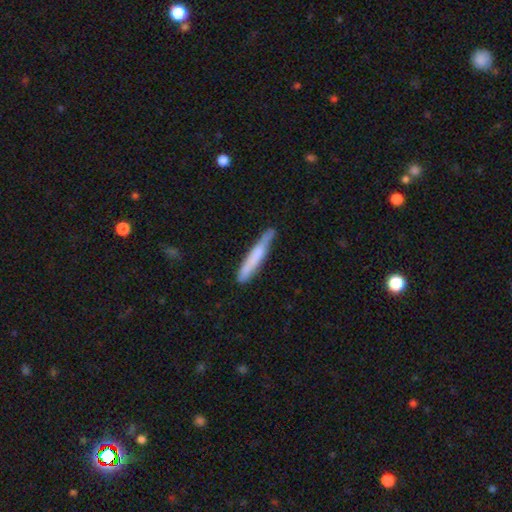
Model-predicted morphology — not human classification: smooth-or-featured: smooth: 63% | featured or disk: 31% | star or artifact: 6%
  how-rounded: cigar-shaped: 95% | in between: 4% | round: 1%
  merging: none: 79% | minor disturbance: 17% | major disturbance: 3% | merger: 2%